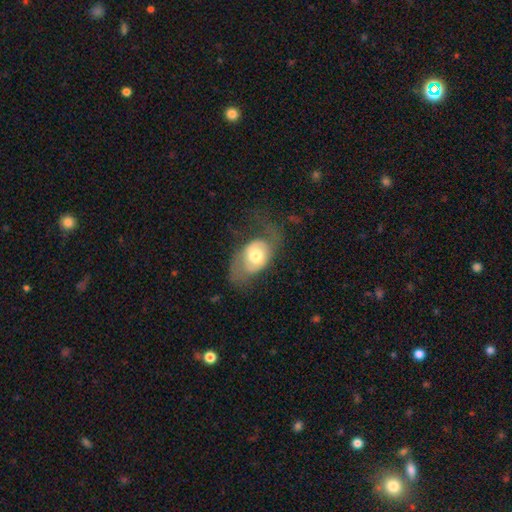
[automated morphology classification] Smooth or featured? smooth (49%)
Merging? major disturbance (40%)